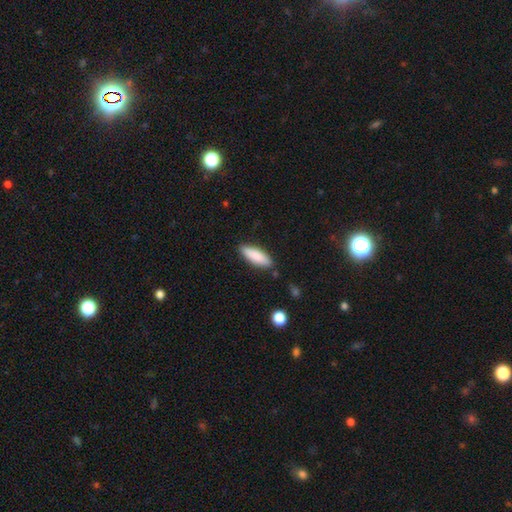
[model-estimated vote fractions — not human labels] A smooth galaxy with no disk features (86%) that is in between round and cigar-shaped (57%). Merging: none (85%).